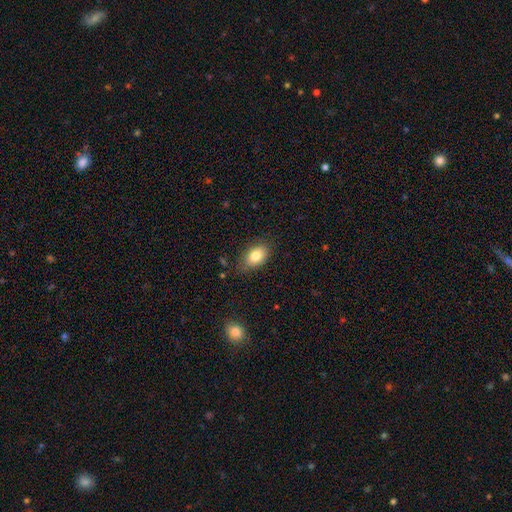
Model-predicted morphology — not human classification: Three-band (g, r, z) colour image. It shows a smooth galaxy with no disk features (81%) that is in between round and cigar-shaped (86%). Merging: none (79%).